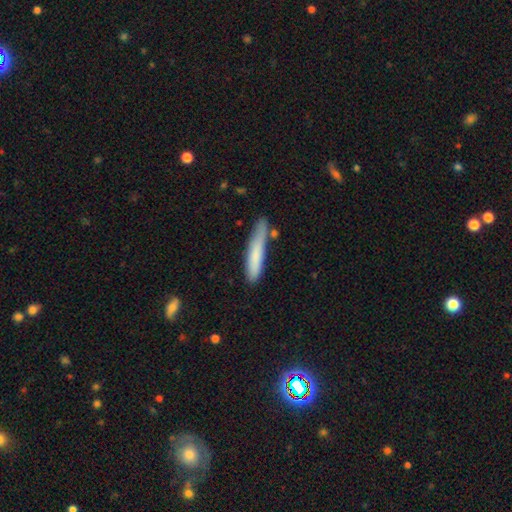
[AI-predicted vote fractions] smooth 78%, featured or disk 16%, star or artifact 6%. Down the decision tree: how rounded — cigar-shaped (91%); merging — none (69%).